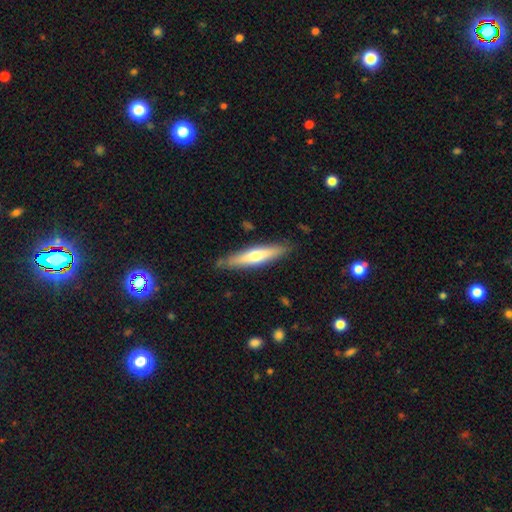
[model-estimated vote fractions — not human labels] A smooth galaxy with no disk features (51%) that is cigar-shaped (83%). Merging: none (84%).